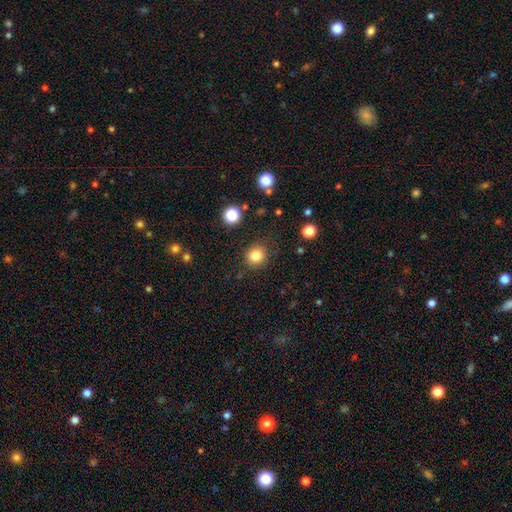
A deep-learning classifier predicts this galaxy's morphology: Smooth or featured? smooth (84%)
How rounded? round (90%)
Merging? none (86%)